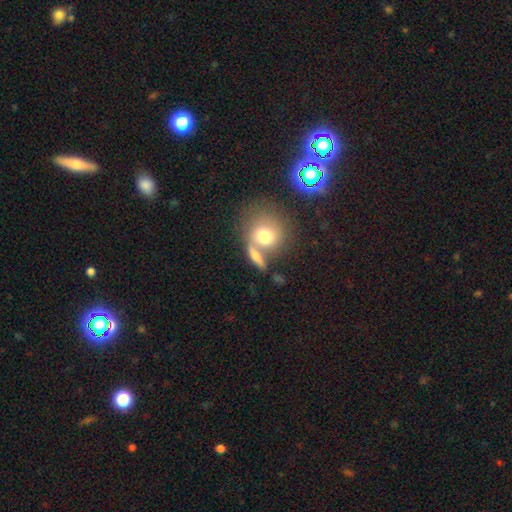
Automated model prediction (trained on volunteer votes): smooth-or-featured: smooth: 66% | featured or disk: 24% | star or artifact: 10%
  how-rounded: round: 47% | in between: 39% | cigar-shaped: 14%
  merging: merger: 43% | none: 39% | minor disturbance: 11% | major disturbance: 7%